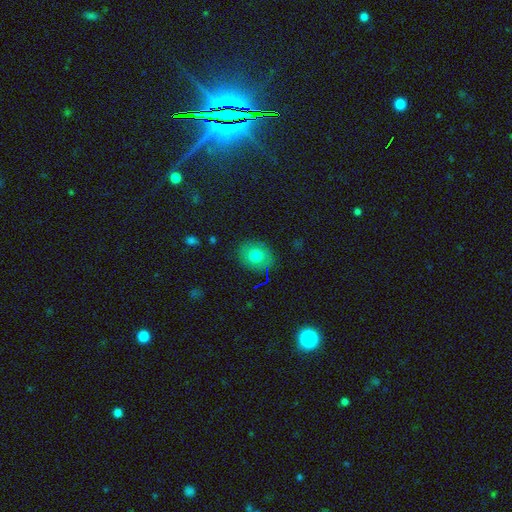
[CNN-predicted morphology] Overall: smooth (76%). How rounded: round (66%; in between 33%). Merging: none (84%).